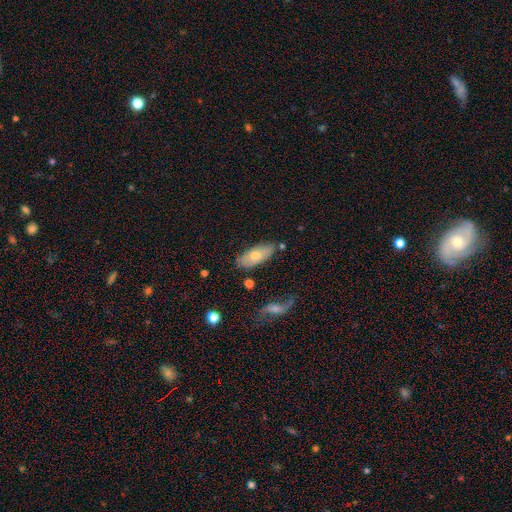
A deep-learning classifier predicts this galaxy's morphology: A smooth galaxy with no disk features (69%) that is in between round and cigar-shaped (84%). Merging: none (77%).